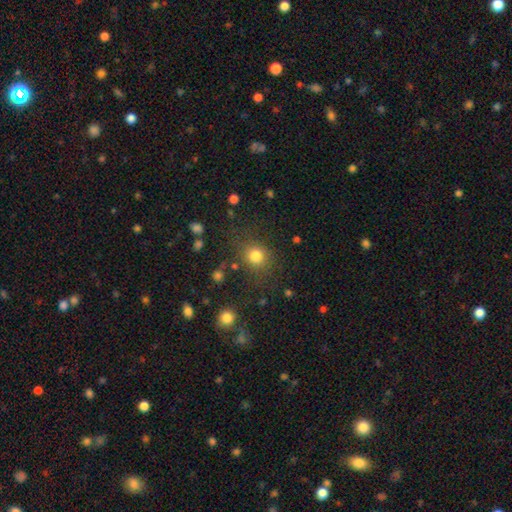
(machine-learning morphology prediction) The model was most divided on "how rounded": round: 82%, in between: 17%, cigar-shaped: 1%. More confident: smooth or featured — smooth (80%); merging — none (78%).